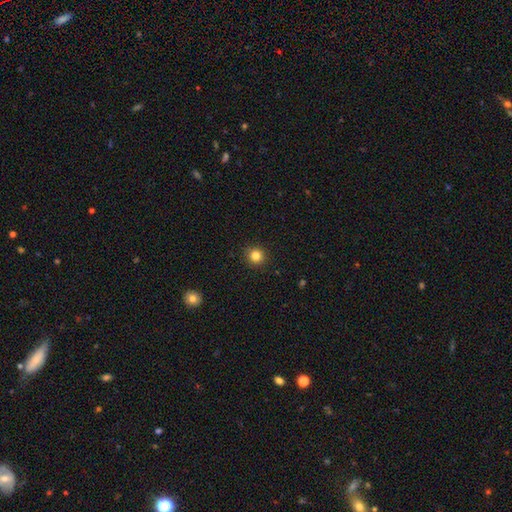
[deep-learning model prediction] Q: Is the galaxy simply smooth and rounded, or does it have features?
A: smooth — 83%.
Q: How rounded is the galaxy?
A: round — 93%.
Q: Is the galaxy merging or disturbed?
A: none — 92%.